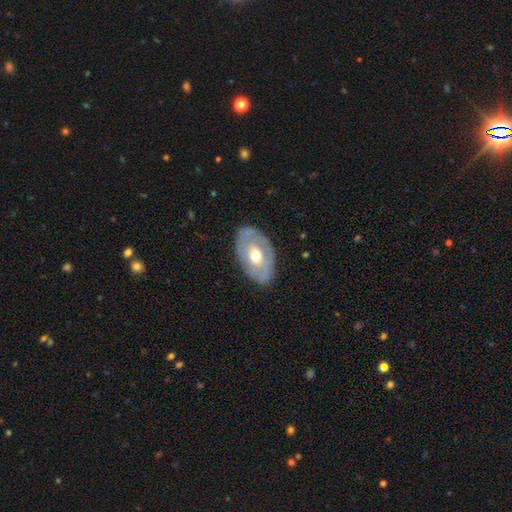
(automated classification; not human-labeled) A featured or disk galaxy (58%) with no bar (68%), no spiral arms (61%) and a moderate central bulge (74%).

Vote fractions:
- Smooth or featured? featured or disk: 58% / smooth: 37% / star or artifact: 5%
- Edge-on disk? no: 91% / yes: 9%
- Bar? no: 68% / weak: 25% / strong: 7%
- Spiral arms? no: 61% / yes: 39%
- Bulge size? moderate: 74% / large: 13% / small: 12% / dominant: 1% / none: 1%
- Merging? none: 79% / minor disturbance: 15% / major disturbance: 4% / merger: 1%